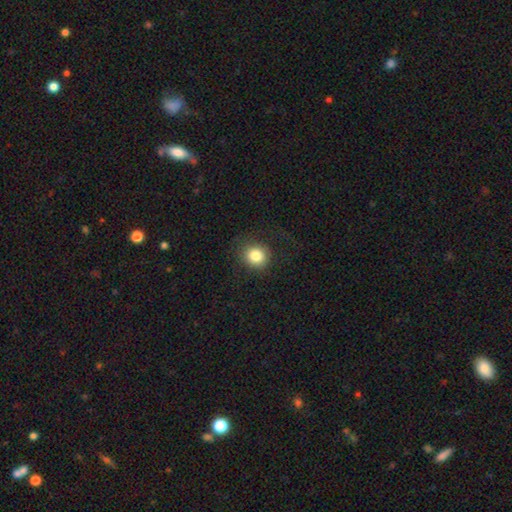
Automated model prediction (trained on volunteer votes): Overall: smooth (83%). How rounded: round (83%). Merging: none (82%).